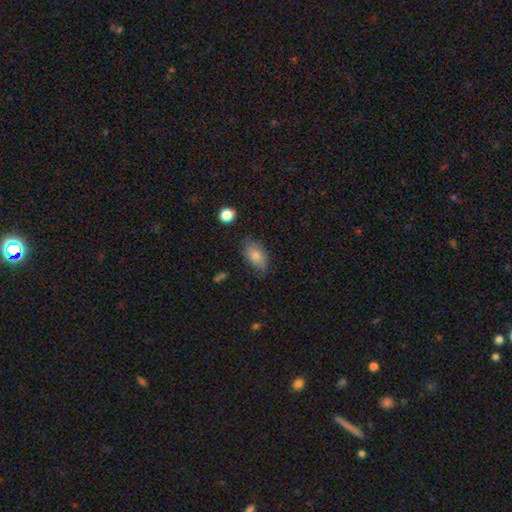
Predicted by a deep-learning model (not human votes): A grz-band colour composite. It shows a smooth galaxy with no disk features (77%) that is in between round and cigar-shaped (90%). Merging: none (75%).